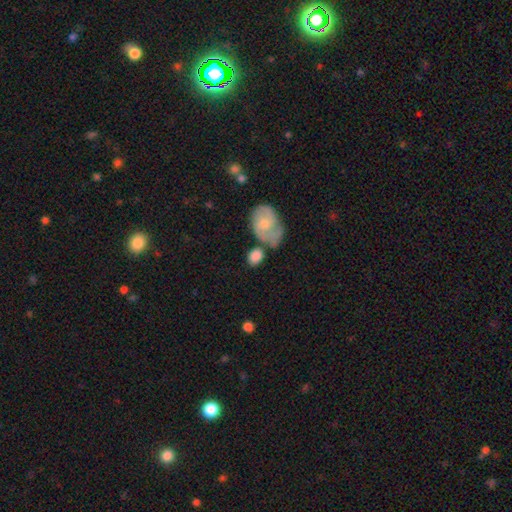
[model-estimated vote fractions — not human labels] A smooth galaxy with no disk features (80%) that is in between round and cigar-shaped (64%). Merging: none (51%).